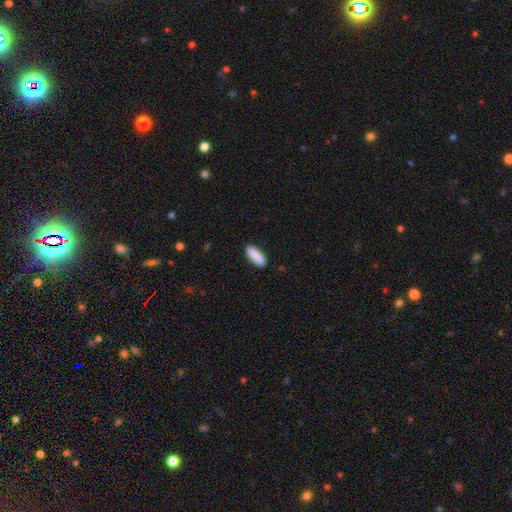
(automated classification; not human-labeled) Smooth or featured?
  - smooth: 90% *
  - star or artifact: 6%
  - featured or disk: 4%
How rounded?
  - in between: 55% *
  - cigar-shaped: 43%
  - round: 2%
Merging?
  - none: 89% *
  - minor disturbance: 8%
  - major disturbance: 2%
  - merger: 1%